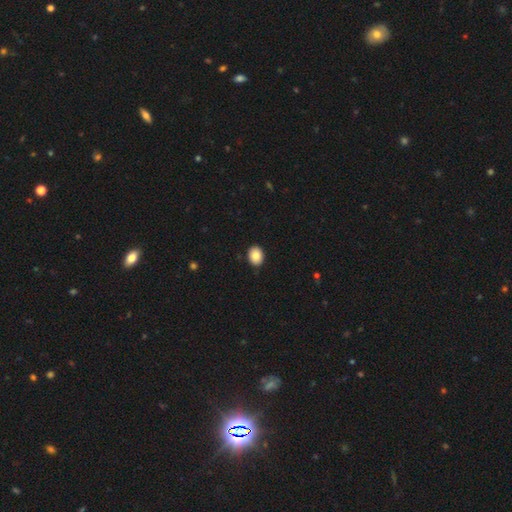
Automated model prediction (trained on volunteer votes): Smooth or featured? Predicted: smooth (p=0.86). How rounded? Predicted: in between (p=0.56). Merging? Predicted: none (p=0.90).